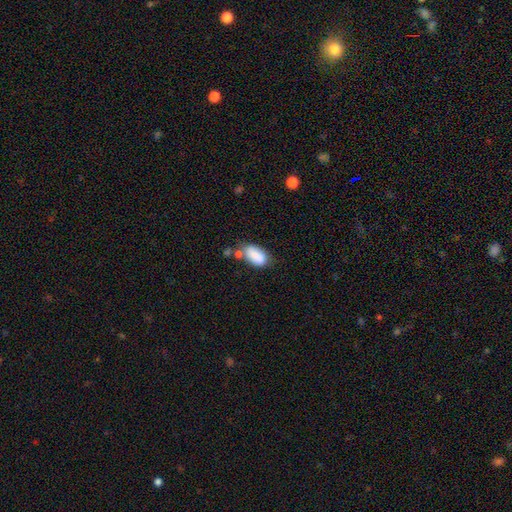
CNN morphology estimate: Smooth or featured?
  - smooth: 85% *
  - featured or disk: 8%
  - star or artifact: 8%
How rounded?
  - in between: 93% *
  - round: 5%
  - cigar-shaped: 3%
Merging?
  - none: 51% *
  - minor disturbance: 24%
  - merger: 18%
  - major disturbance: 8%